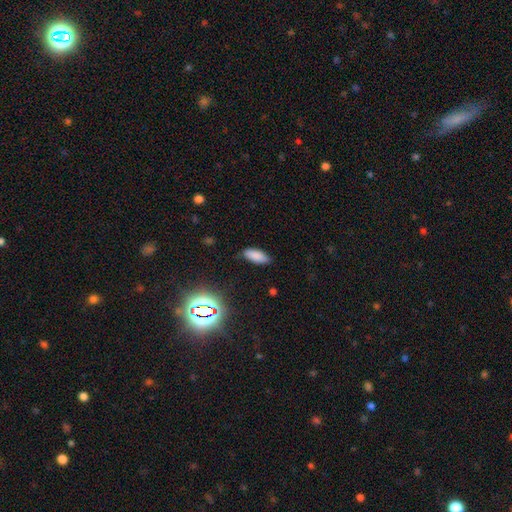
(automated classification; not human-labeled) Overall: smooth (83%). How rounded: in between (78%). Merging: none (84%).